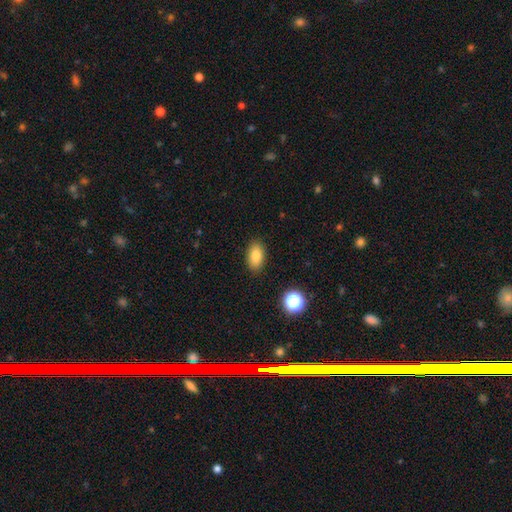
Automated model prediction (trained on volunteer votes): smooth 83%, star or artifact 9%, featured or disk 8%. Down the decision tree: how rounded — in between (90%); merging — none (88%).